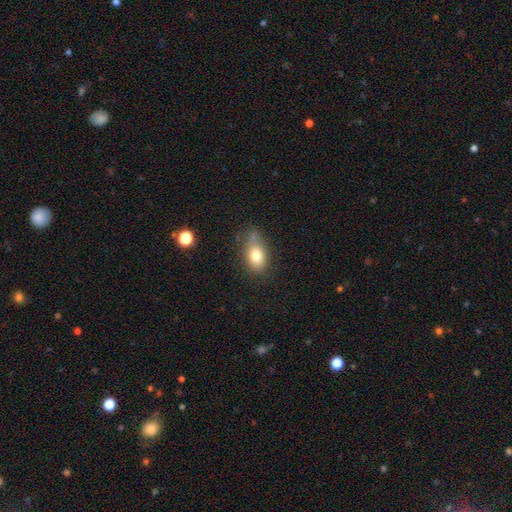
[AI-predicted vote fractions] Smooth or featured: smooth — 77% (featured or disk — 14%)
How rounded: in between — 84% (round — 13%)
Merging: none — 47% (minor disturbance — 34%)